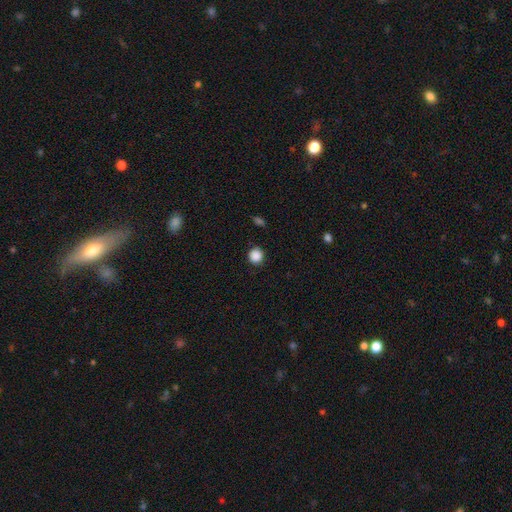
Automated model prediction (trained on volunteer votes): Smooth or featured? Predicted: smooth (p=0.88). How rounded? Predicted: round (p=0.93). Merging? Predicted: none (p=0.89).